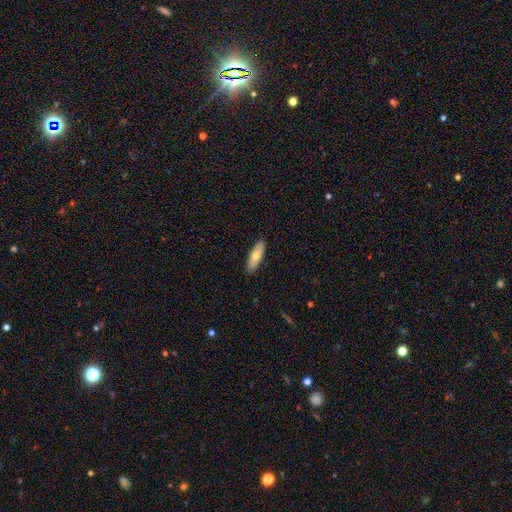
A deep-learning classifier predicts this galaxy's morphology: smooth 69%, featured or disk 25%, star or artifact 6%. Down the decision tree: how rounded — in between (50%); merging — none (90%).